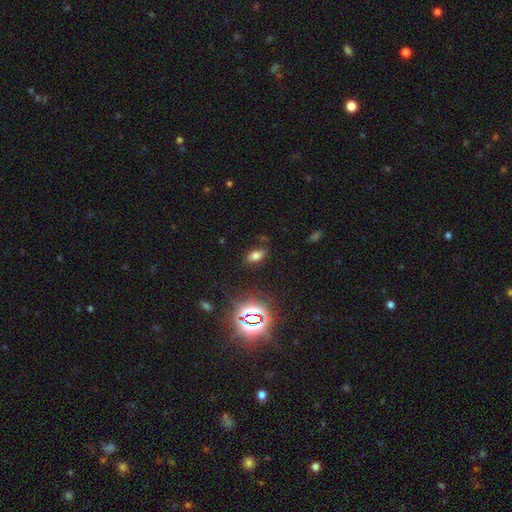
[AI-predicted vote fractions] A smooth galaxy with no disk features (67%) that is in between round and cigar-shaped (88%).

Vote fractions:
- Smooth or featured? smooth: 67% / star or artifact: 23% / featured or disk: 10%
- How rounded? in between: 88% / round: 7% / cigar-shaped: 5%
- Merging? none: 82% / minor disturbance: 12% / major disturbance: 4% / merger: 2%